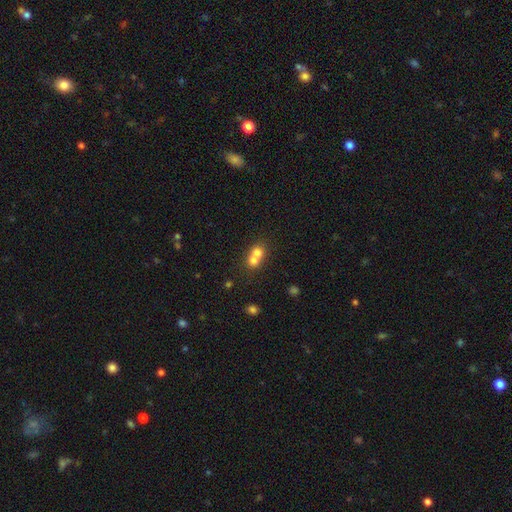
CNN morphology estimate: type=smooth (71%); roundness=round (77%); merging=merger (69%).